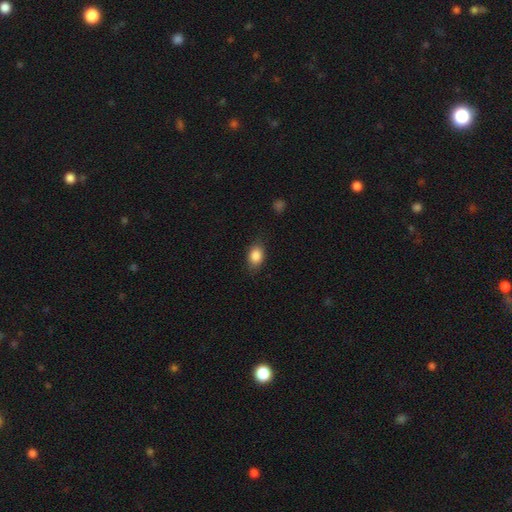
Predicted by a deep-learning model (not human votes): Smooth or featured? smooth (86%)
How rounded? in between (77%)
Merging? none (81%)